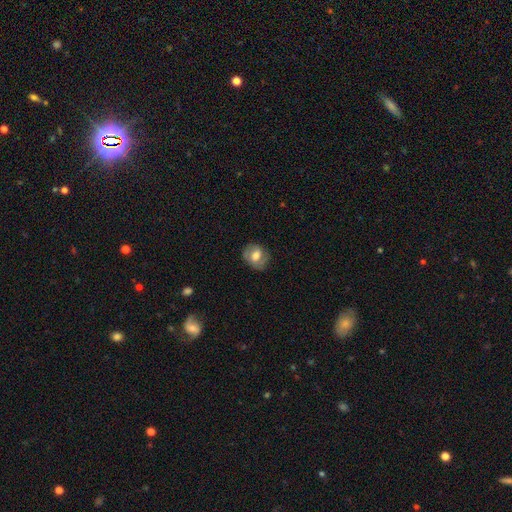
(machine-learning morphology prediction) A smooth galaxy with no disk features (58%) that is round (54%).

Vote fractions:
- Smooth or featured? smooth: 58% / featured or disk: 33% / star or artifact: 8%
- How rounded? round: 54% / in between: 45% / cigar-shaped: 1%
- Merging? none: 73% / minor disturbance: 19% / major disturbance: 7% / merger: 1%